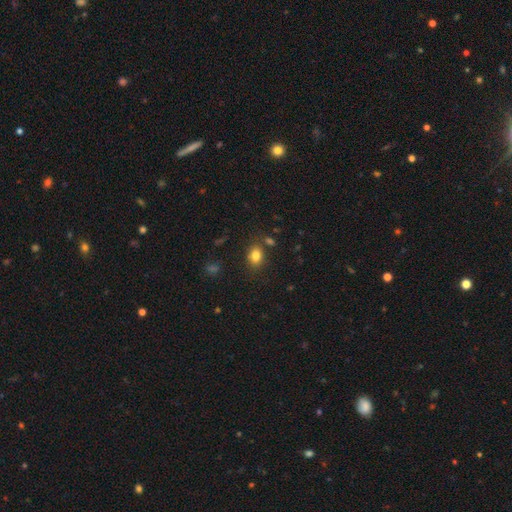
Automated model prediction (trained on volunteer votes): Smooth or featured? Predicted: smooth (p=0.81). How rounded? Predicted: in between (p=0.69). Merging? Predicted: none (p=0.78).